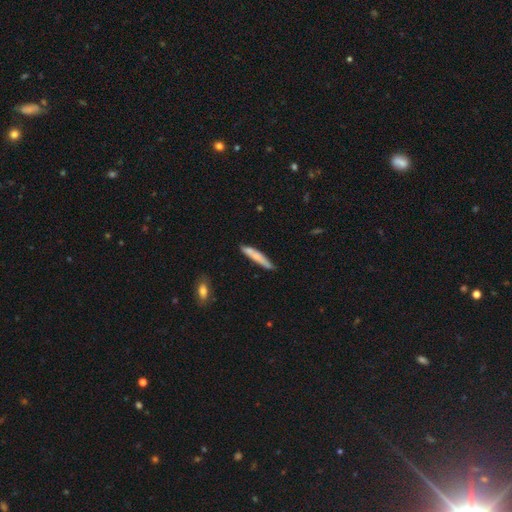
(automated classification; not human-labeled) Smooth or featured? Predicted: smooth (p=0.65). How rounded? Predicted: cigar-shaped (p=0.92). Merging? Predicted: none (p=0.74).